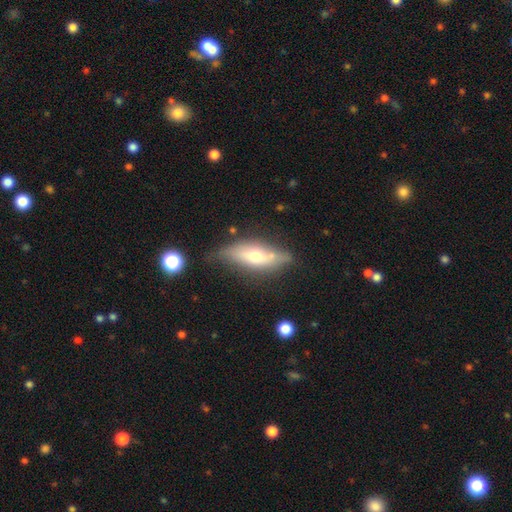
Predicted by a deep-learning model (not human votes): Smooth or featured? featured or disk (49%)
Merging? none (61%)